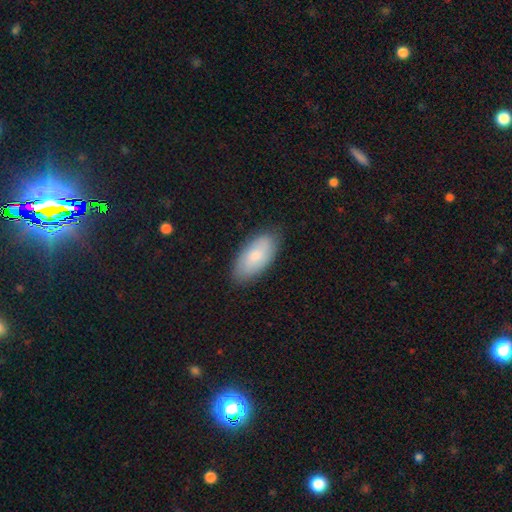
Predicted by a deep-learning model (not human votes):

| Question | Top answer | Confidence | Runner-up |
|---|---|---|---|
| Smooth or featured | smooth | 73% | featured or disk (21%) |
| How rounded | in between | 92% | cigar-shaped (6%) |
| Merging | none | 84% | minor disturbance (13%) |